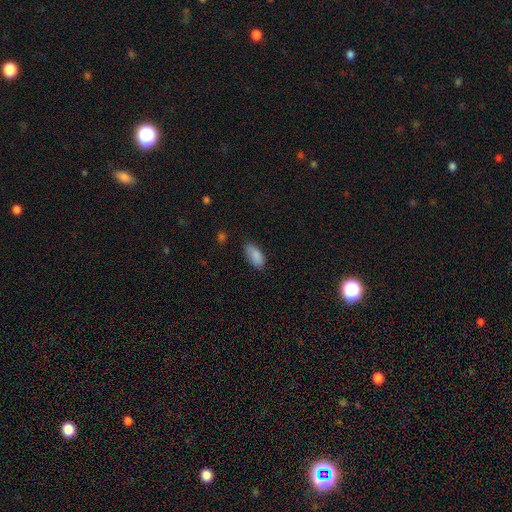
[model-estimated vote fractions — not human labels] This appears to be a smooth galaxy with no disk features (88%) that is in between round and cigar-shaped (91%). Merging: none (79%).